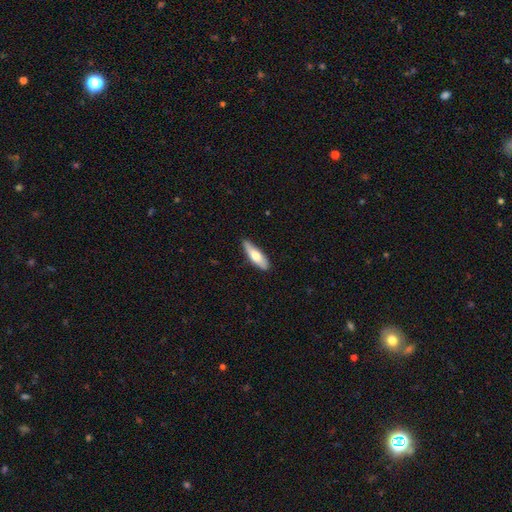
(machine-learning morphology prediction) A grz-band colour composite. It shows a smooth galaxy with no disk features (64%) that is cigar-shaped (56%). Merging: none (81%).